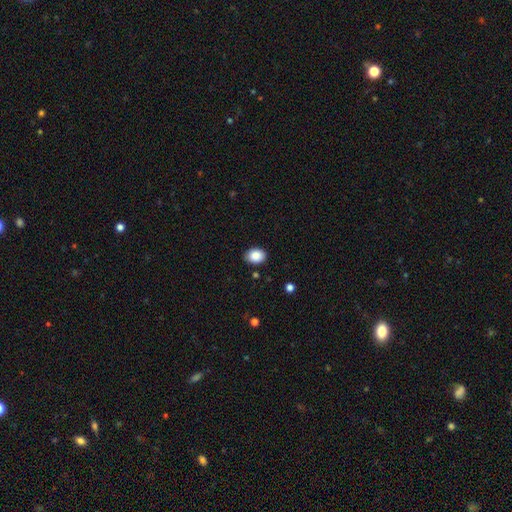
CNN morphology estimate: smooth 89%, star or artifact 8%, featured or disk 4%. Down the decision tree: how rounded — in between (70%); merging — none (87%).